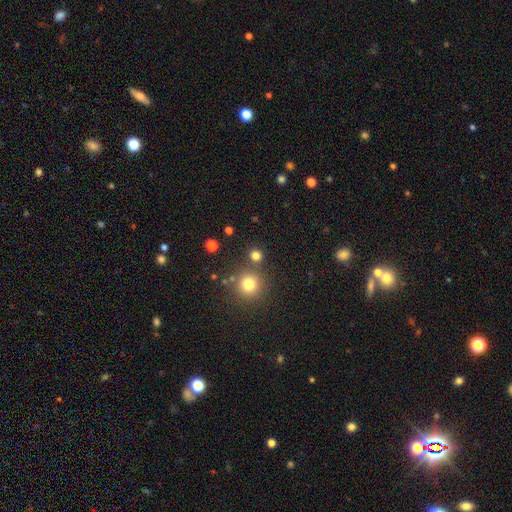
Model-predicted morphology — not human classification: Smooth or featured?
  - smooth: 77% *
  - star or artifact: 17%
  - featured or disk: 6%
How rounded?
  - round: 90% *
  - in between: 9%
  - cigar-shaped: 1%
Merging?
  - none: 80% *
  - merger: 10%
  - minor disturbance: 7%
  - major disturbance: 3%